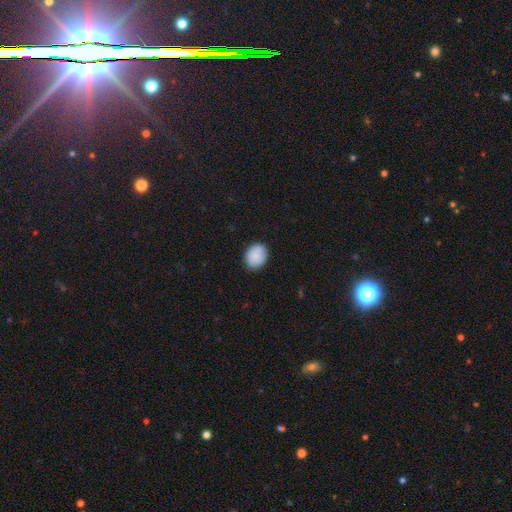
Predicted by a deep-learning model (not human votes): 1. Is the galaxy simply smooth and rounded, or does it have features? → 89% smooth, 7% star or artifact, 4% featured or disk.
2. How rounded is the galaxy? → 57% in between, 42% round, 1% cigar-shaped.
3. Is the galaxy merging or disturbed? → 87% none, 10% minor disturbance, 2% major disturbance, 1% merger.